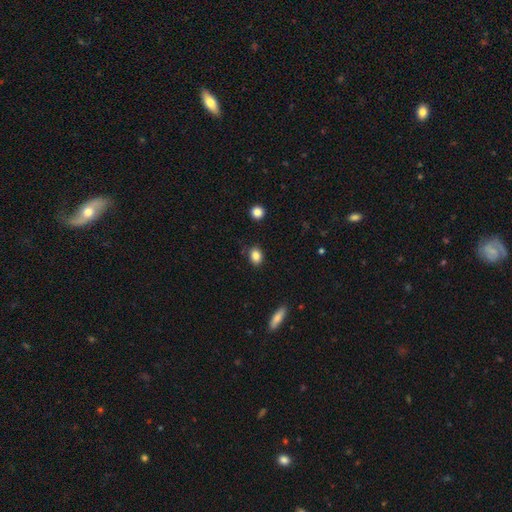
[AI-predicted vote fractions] Smooth or featured? Predicted: smooth (p=0.86). How rounded? Predicted: in between (p=0.65). Merging? Predicted: none (p=0.85).